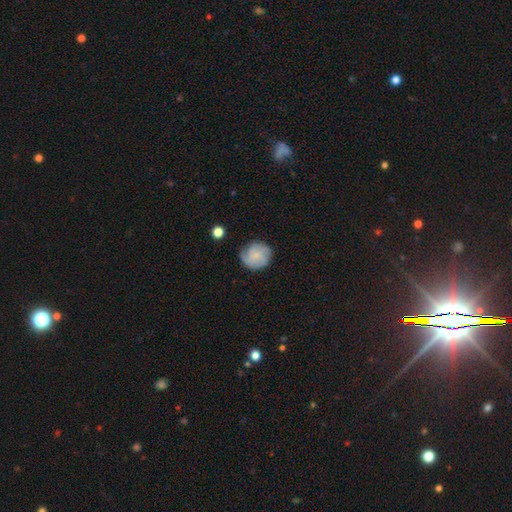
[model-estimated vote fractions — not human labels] smooth 47%, featured or disk 45%, star or artifact 8%. Down the decision tree: merging — none (74%).